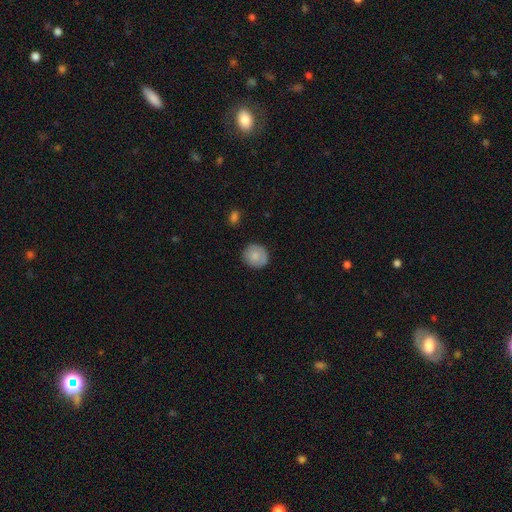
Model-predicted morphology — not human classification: Smooth or featured?
  - smooth: 81% *
  - featured or disk: 11%
  - star or artifact: 7%
How rounded?
  - round: 86% *
  - in between: 13%
  - cigar-shaped: 1%
Merging?
  - none: 84% *
  - minor disturbance: 12%
  - major disturbance: 3%
  - merger: 1%